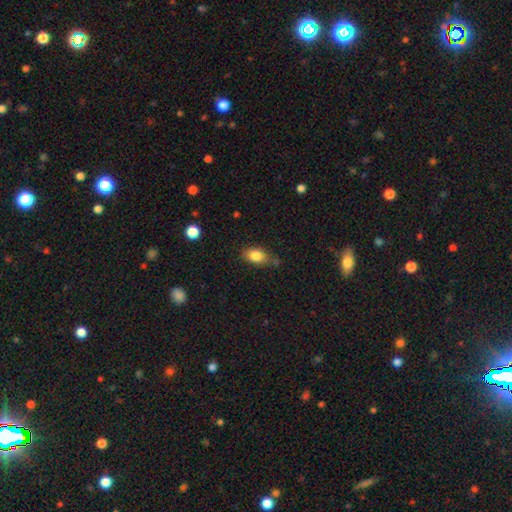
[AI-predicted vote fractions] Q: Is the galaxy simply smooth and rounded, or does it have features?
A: smooth — 83%.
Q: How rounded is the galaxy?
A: in between — 83%.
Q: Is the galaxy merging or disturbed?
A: none — 65%.